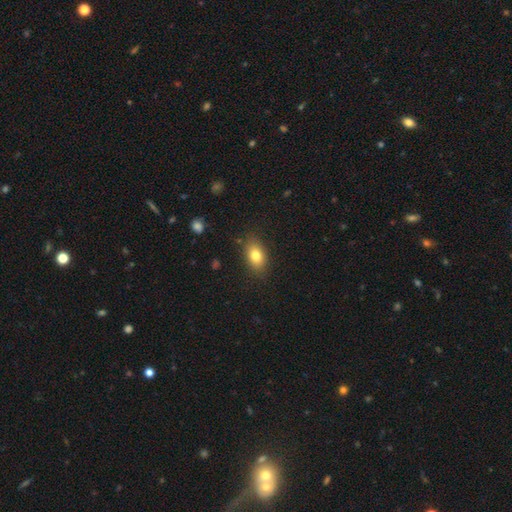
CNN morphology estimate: A smooth galaxy with no disk features (80%) that is in between round and cigar-shaped (83%). Merging: none (83%).